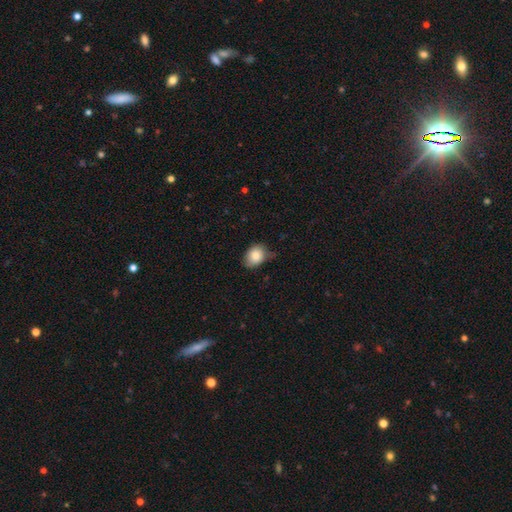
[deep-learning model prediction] Smooth or featured? smooth (83%)
How rounded? in between (59%)
Merging? none (55%)